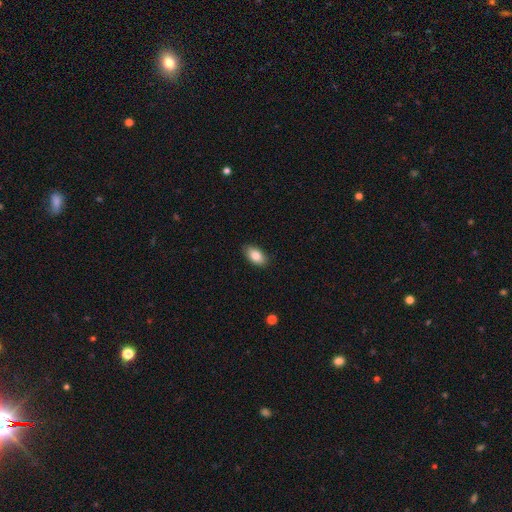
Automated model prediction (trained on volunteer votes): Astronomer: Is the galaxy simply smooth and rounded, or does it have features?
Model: smooth — 84%.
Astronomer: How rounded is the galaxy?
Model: in between — 93%.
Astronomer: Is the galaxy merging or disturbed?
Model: none — 88%.